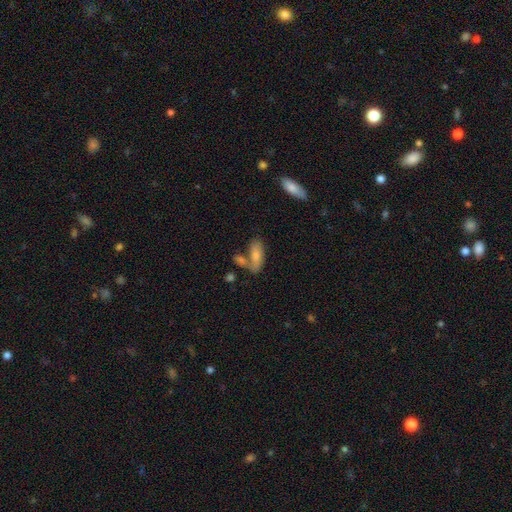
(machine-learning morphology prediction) smooth 76%, featured or disk 17%, star or artifact 7%. Down the decision tree: how rounded — in between (75%); merging — none (46%).